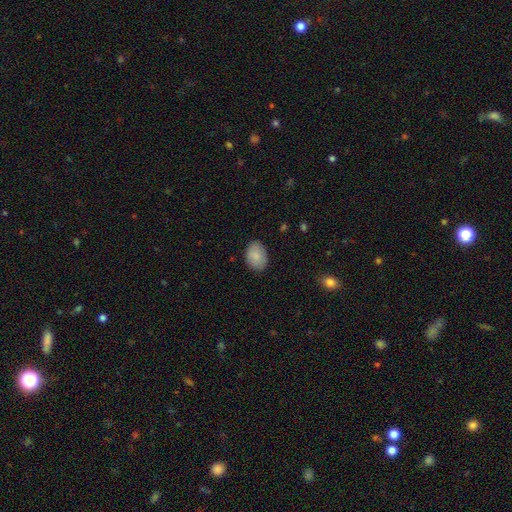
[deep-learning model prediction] Smooth or featured?
  - smooth: 87% *
  - featured or disk: 7%
  - star or artifact: 7%
How rounded?
  - in between: 78% *
  - round: 21%
  - cigar-shaped: 1%
Merging?
  - none: 84% *
  - minor disturbance: 12%
  - major disturbance: 2%
  - merger: 1%